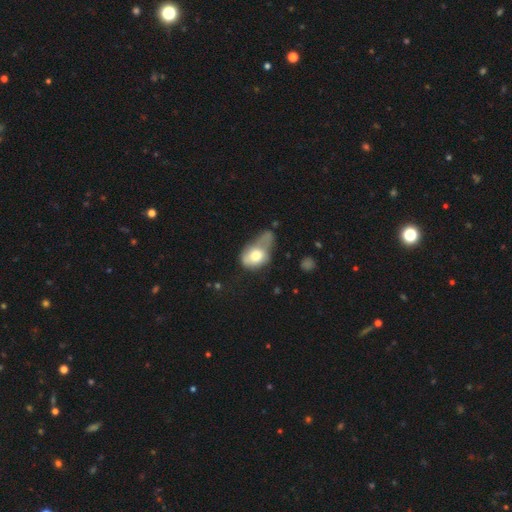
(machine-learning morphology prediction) smooth_or_featured: smooth (p=0.67) [alt: featured or disk p=0.25]
how_rounded: in between (p=0.73) [alt: round p=0.24]
merging: major disturbance (p=0.43) [alt: minor disturbance p=0.25]